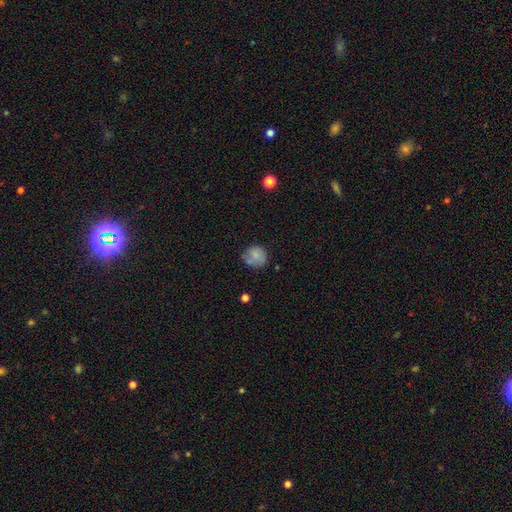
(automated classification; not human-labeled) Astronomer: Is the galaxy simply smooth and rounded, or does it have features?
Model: smooth — 78%.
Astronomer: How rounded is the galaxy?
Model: round — 84%.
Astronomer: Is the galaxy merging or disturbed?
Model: none — 64%.